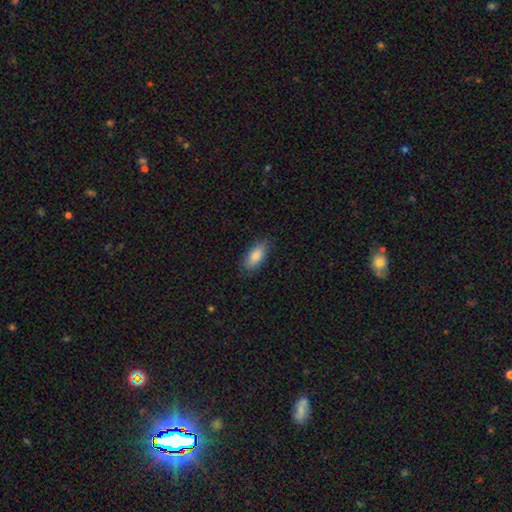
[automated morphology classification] Smooth or featured? Predicted: smooth (p=0.85). How rounded? Predicted: in between (p=0.85). Merging? Predicted: none (p=0.82).